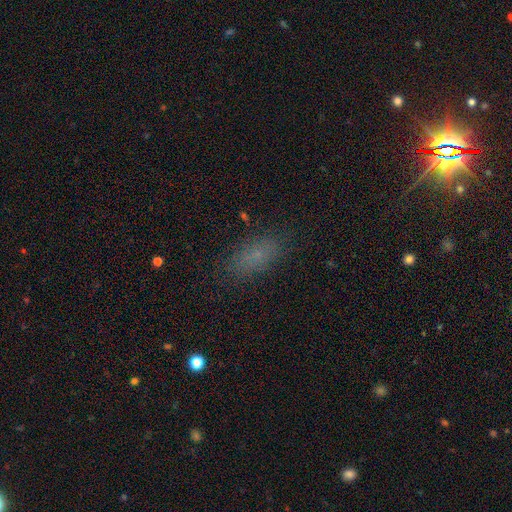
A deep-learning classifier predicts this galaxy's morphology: Smooth or featured? smooth (69%)
How rounded? in between (81%)
Merging? none (83%)